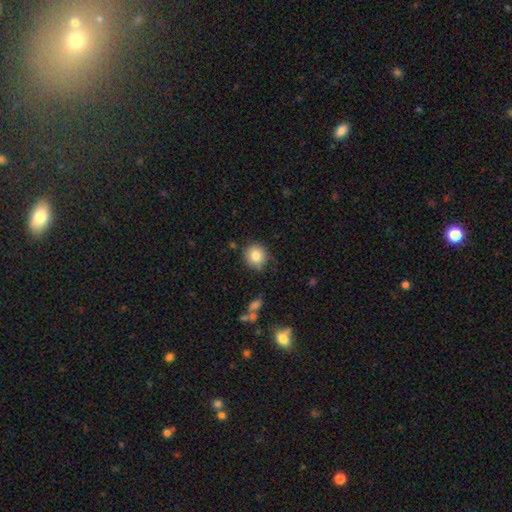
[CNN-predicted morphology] A smooth galaxy with no disk features (83%) that is round (89%). Merging: none (82%).